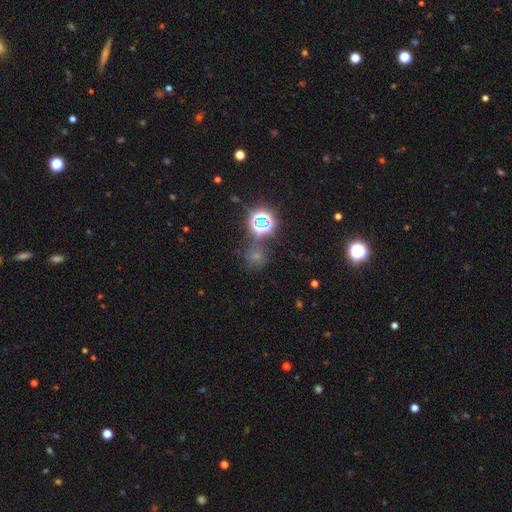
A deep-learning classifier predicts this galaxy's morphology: This appears to be a star or artifact, not a galaxy (47%).